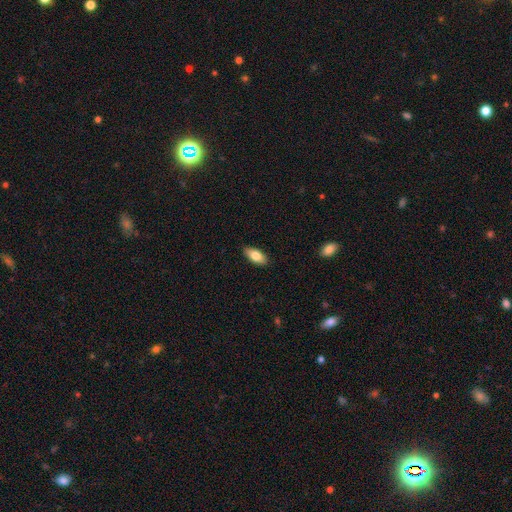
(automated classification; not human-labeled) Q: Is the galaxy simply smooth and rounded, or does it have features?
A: smooth — 79%.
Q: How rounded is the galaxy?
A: in between — 87%.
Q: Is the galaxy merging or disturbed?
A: none — 89%.